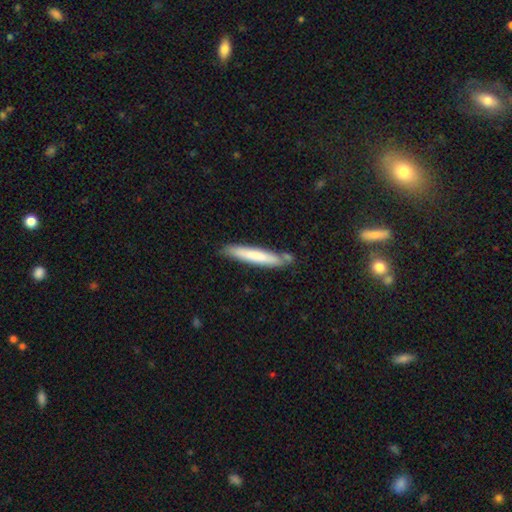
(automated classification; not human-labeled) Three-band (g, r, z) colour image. It shows a smooth galaxy with no disk features (72%) that is cigar-shaped (94%). Merging: none (76%).